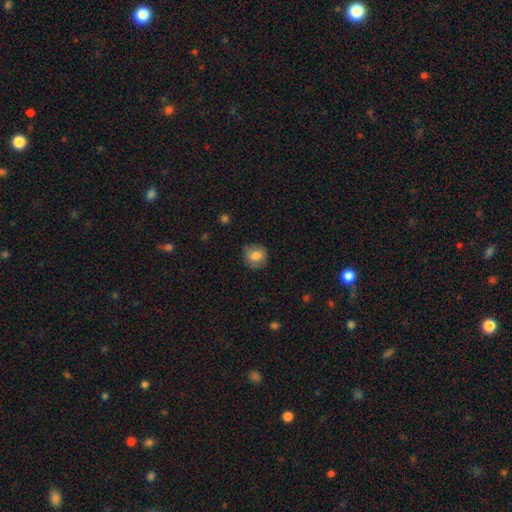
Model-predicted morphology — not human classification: Q: Smooth or featured?
A: smooth (81%); runner-up: featured or disk (11%)
Q: How rounded?
A: round (84%); runner-up: in between (15%)
Q: Merging?
A: none (82%); runner-up: minor disturbance (14%)